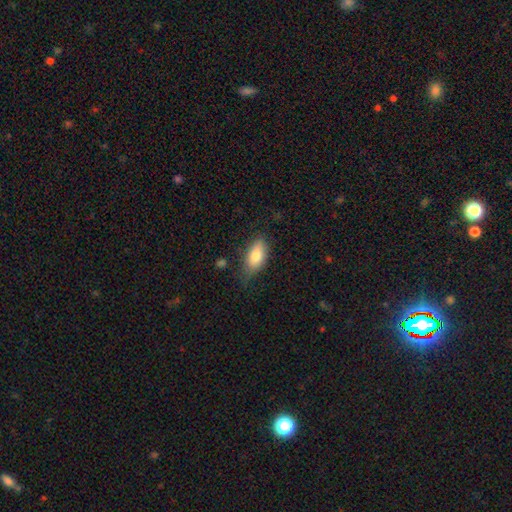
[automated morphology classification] Smooth or featured: smooth — 79% (featured or disk — 14%)
How rounded: in between — 87% (cigar-shaped — 9%)
Merging: none — 62% (minor disturbance — 29%)